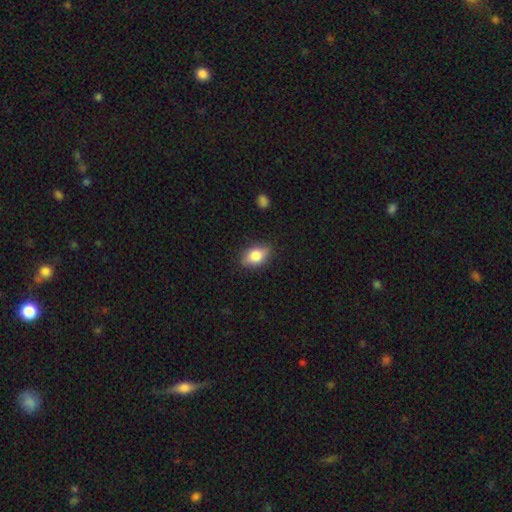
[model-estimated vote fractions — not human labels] A smooth galaxy with no disk features (80%) that is in between round and cigar-shaped (84%). Merging: none (85%).